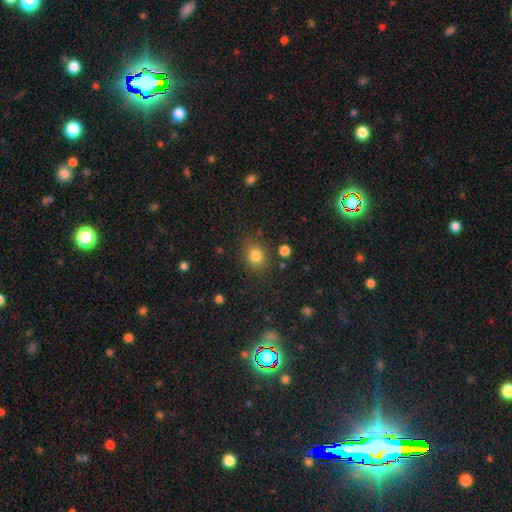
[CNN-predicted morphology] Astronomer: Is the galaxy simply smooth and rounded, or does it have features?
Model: smooth — 82%.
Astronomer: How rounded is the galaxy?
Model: round — 64%.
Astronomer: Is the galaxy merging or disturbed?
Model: none — 81%.